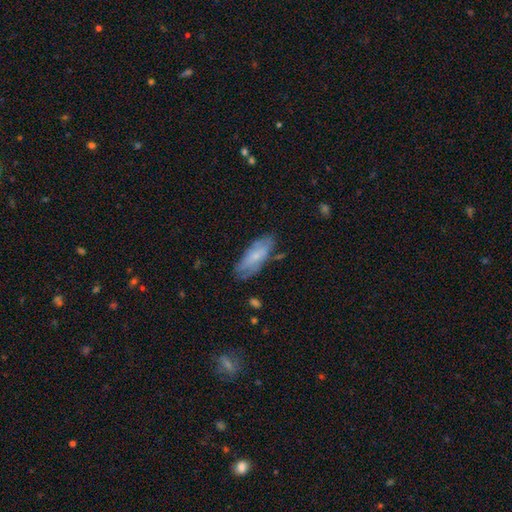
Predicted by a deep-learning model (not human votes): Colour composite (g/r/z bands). It shows a smooth galaxy with no disk features (55%) that is in between round and cigar-shaped (70%). Merging: none (69%).